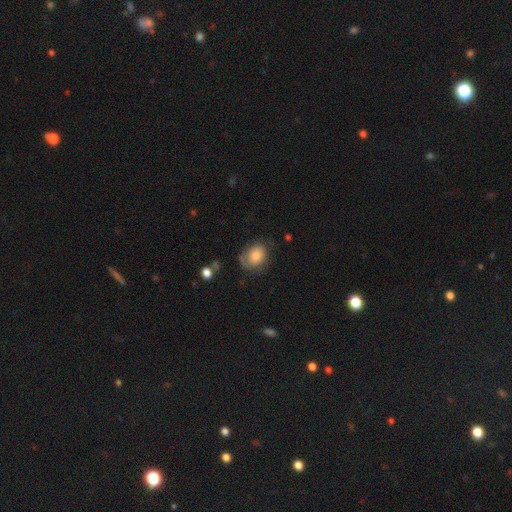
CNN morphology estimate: A smooth galaxy with no disk features (75%) that is in between round and cigar-shaped (59%). Merging: none (52%).